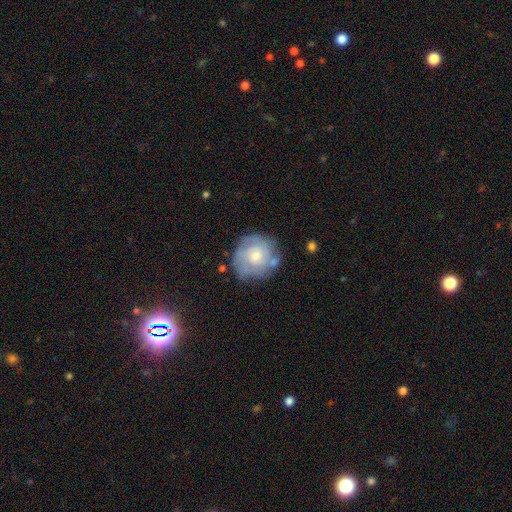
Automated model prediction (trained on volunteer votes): Smooth or featured? featured or disk (63%)
Edge-on disk? no (98%)
Bar? no (76%)
Spiral arms? yes (82%)
Spiral winding? tight (63%)
Spiral arm count? can't tell (42%)
Bulge size? moderate (56%)
Merging? none (71%)